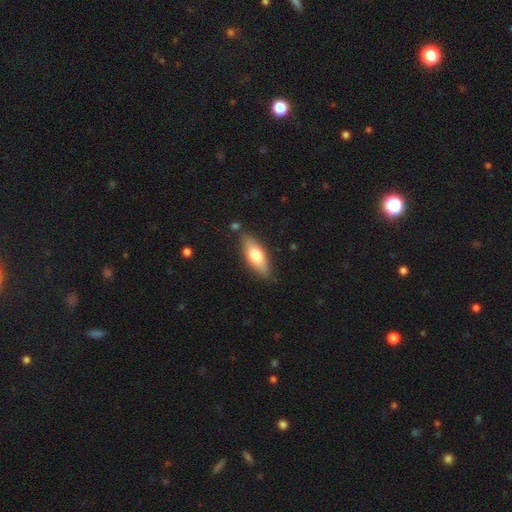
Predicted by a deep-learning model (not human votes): Overall: smooth (67%; featured or disk 28%). How rounded: in between (66%; cigar-shaped 31%). Merging: none (81%).